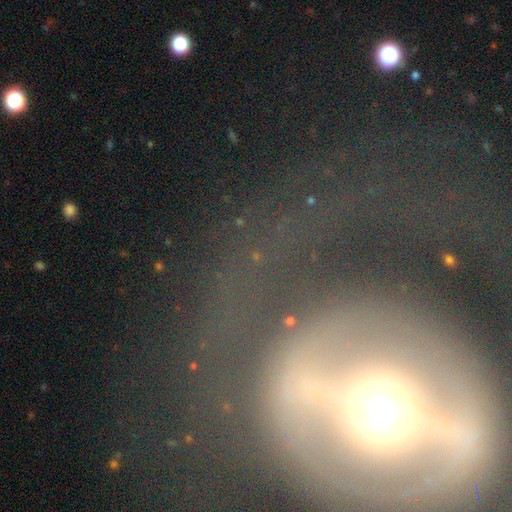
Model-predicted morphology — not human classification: Overall: featured or disk (68%). Edge-on disk: no (87%). Bar: strong (45%; no 32%). Spiral arms: no (58%; yes 42%). Bulge size: moderate (59%; large 19%). Merging: none (60%; major disturbance 24%).